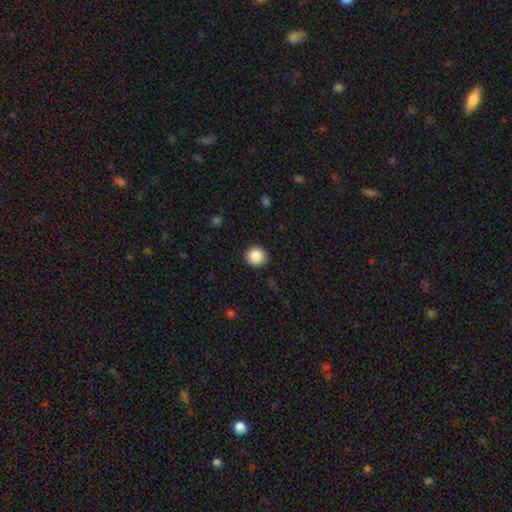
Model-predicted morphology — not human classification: Q: Smooth or featured?
A: smooth (88%); runner-up: star or artifact (9%)
Q: How rounded?
A: round (91%); runner-up: in between (8%)
Q: Merging?
A: none (92%); runner-up: minor disturbance (6%)